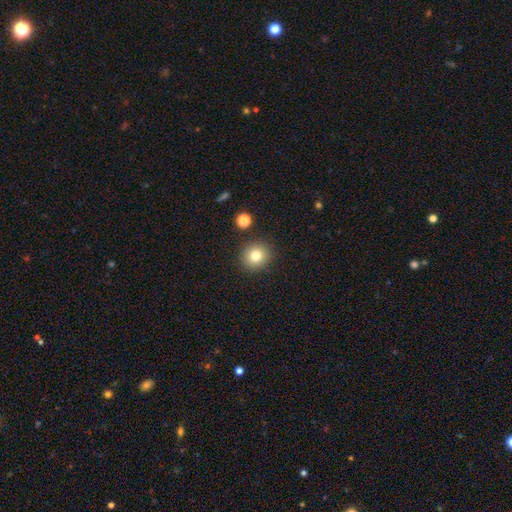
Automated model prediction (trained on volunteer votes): This appears to be a smooth galaxy with no disk features (80%) that is round (88%). Merging: none (88%).